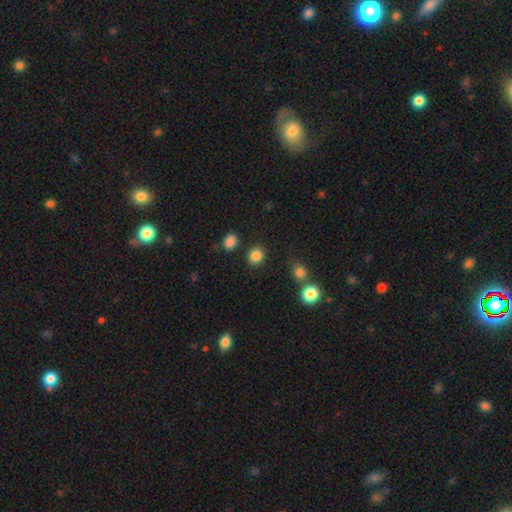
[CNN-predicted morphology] smooth-or-featured: smooth: 85% | star or artifact: 11% | featured or disk: 4%
  how-rounded: round: 79% | in between: 20% | cigar-shaped: 1%
  merging: none: 85% | minor disturbance: 7% | merger: 4% | major disturbance: 3%